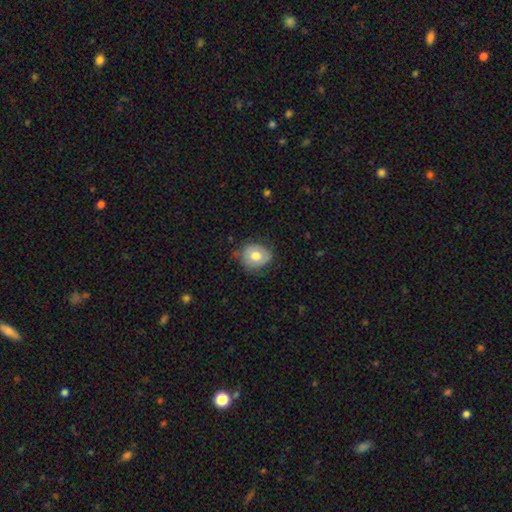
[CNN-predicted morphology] A smooth galaxy with no disk features (70%) that is round (67%).

Vote fractions:
- Smooth or featured? smooth: 70% / featured or disk: 22% / star or artifact: 8%
- How rounded? round: 67% / in between: 32% / cigar-shaped: 1%
- Merging? none: 70% / minor disturbance: 23% / major disturbance: 6% / merger: 1%